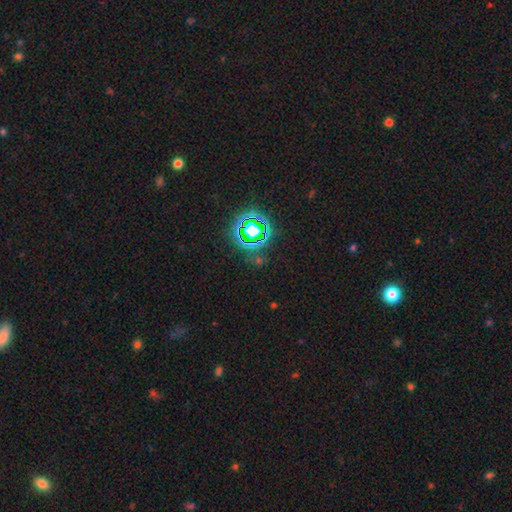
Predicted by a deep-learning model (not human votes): Q: Smooth or featured?
A: star or artifact (78%); runner-up: smooth (14%)